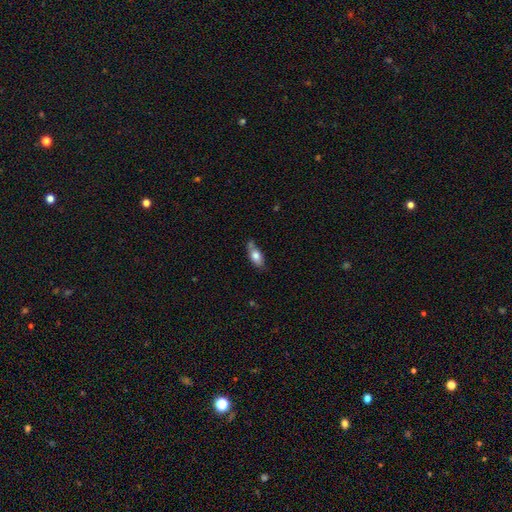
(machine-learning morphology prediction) type=smooth (75%); roundness=in between (85%); merging=none (53%).